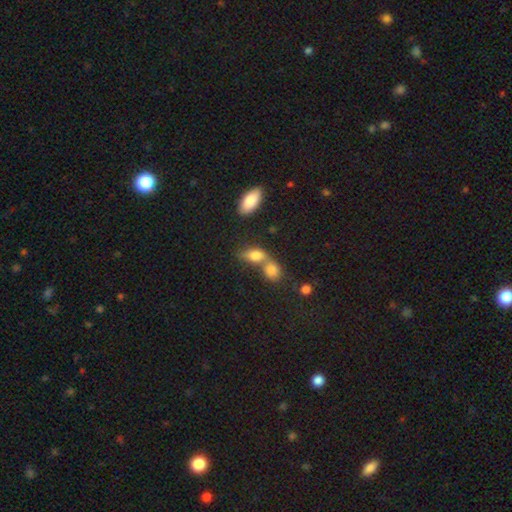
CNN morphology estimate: Smooth or featured? smooth (79%)
How rounded? in between (79%)
Merging? merger (56%)